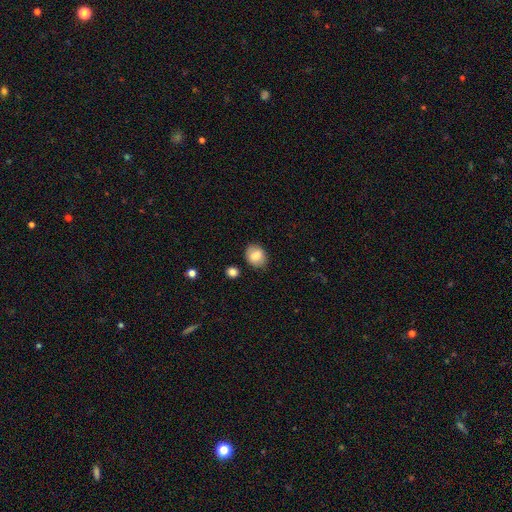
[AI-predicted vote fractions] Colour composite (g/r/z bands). It shows a smooth galaxy with no disk features (81%) that is round (53%). Merging: none (81%).